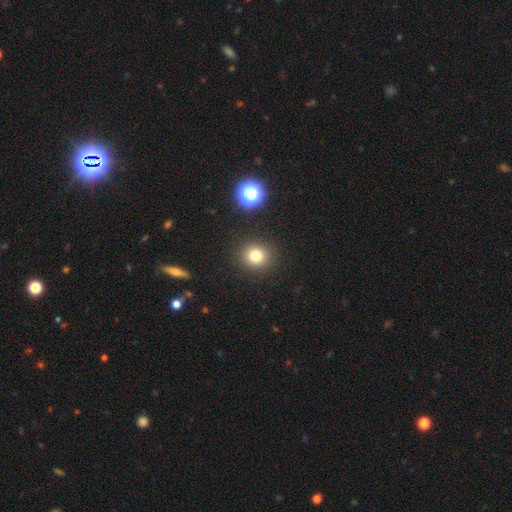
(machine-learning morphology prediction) This appears to be a smooth galaxy with no disk features (79%) that is round (87%). Merging: none (89%).